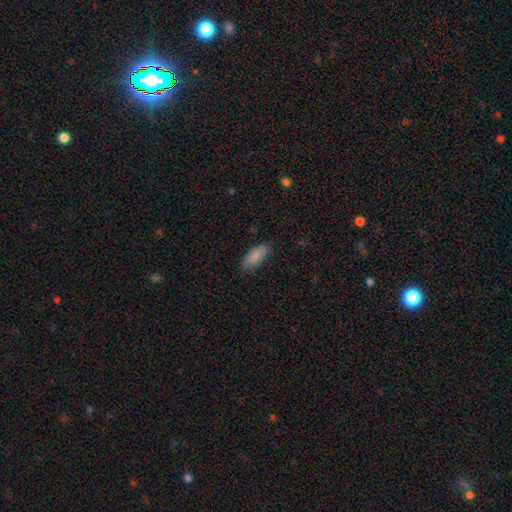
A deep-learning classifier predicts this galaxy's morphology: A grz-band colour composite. It shows a smooth galaxy with no disk features (87%) that is in between round and cigar-shaped (84%). Merging: none (82%).